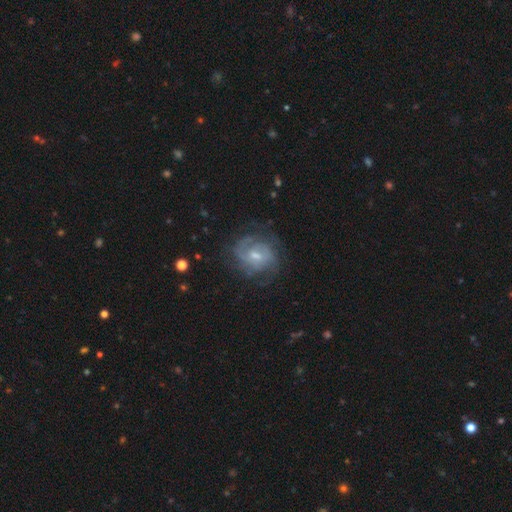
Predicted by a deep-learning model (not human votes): smooth_or_featured: featured or disk (p=0.79) [alt: smooth p=0.14]
disk_edge_on: no (p=0.98) [alt: yes p=0.02]
bar: weak (p=0.46) [alt: no p=0.45]
has_spiral_arms: yes (p=0.92) [alt: no p=0.08]
spiral_winding: tight (p=0.54) [alt: medium p=0.35]
spiral_arm_count: 2 (p=0.39) [alt: can't tell p=0.32]
bulge_size: small (p=0.47) [tied with: moderate p=0.47]
merging: none (p=0.72) [alt: minor disturbance p=0.17]